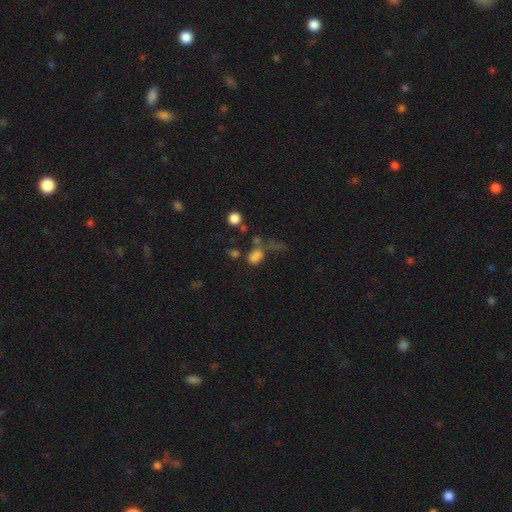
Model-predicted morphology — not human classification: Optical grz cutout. It shows a smooth galaxy with no disk features (70%) that is in between round and cigar-shaped (59%). Merging: none (38%).